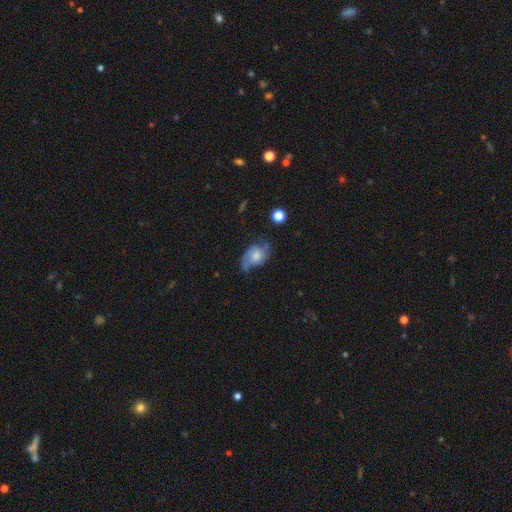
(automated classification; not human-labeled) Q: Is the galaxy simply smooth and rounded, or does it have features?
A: featured or disk — 60%.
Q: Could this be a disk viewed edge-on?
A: no — 95%.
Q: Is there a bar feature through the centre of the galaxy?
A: no — 70%.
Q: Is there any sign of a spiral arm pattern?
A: yes — 88%.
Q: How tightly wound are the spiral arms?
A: medium — 42%.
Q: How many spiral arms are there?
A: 2 — 80%.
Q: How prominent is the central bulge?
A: moderate — 45%.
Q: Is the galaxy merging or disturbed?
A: none — 56%.